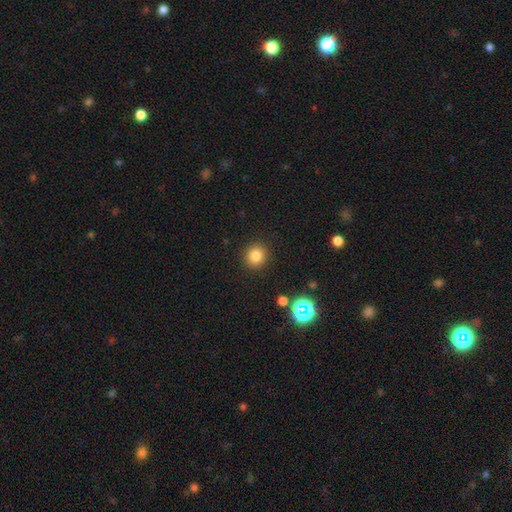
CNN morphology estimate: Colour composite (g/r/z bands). It shows a smooth galaxy with no disk features (81%) that is round (91%). Merging: none (91%).